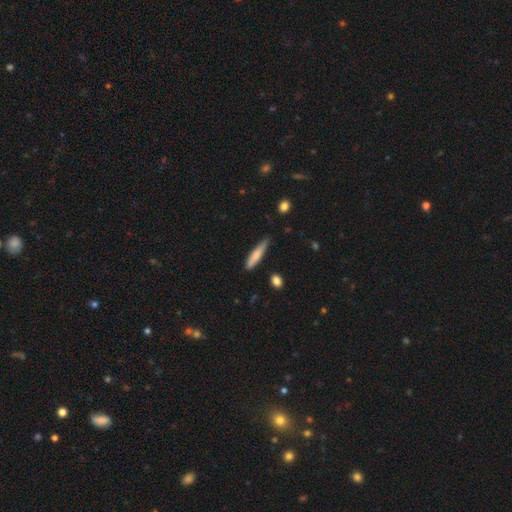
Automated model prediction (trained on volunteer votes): A smooth galaxy with no disk features (73%) that is cigar-shaped (86%). Merging: none (68%).